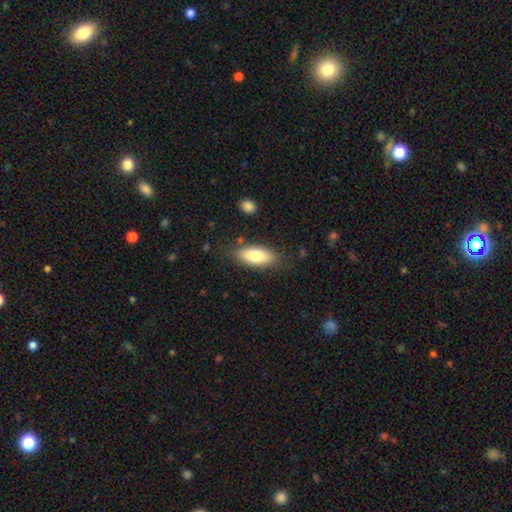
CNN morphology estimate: smooth-or-featured: smooth: 77% | featured or disk: 17% | star or artifact: 6%
  how-rounded: in between: 79% | cigar-shaped: 18% | round: 2%
  merging: none: 81% | minor disturbance: 13% | major disturbance: 3% | merger: 2%